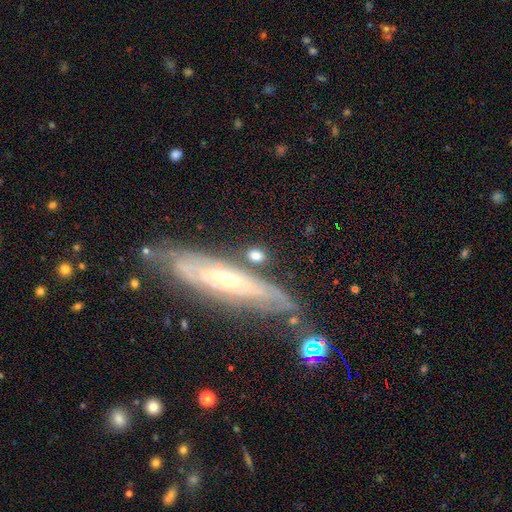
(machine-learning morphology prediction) A smooth galaxy with no disk features (63%) that is in between round and cigar-shaped (42%).

Vote fractions:
- Smooth or featured? smooth: 63% / featured or disk: 28% / star or artifact: 9%
- How rounded? in between: 42% / round: 38% / cigar-shaped: 19%
- Merging? none: 77% / minor disturbance: 12% / merger: 7% / major disturbance: 4%